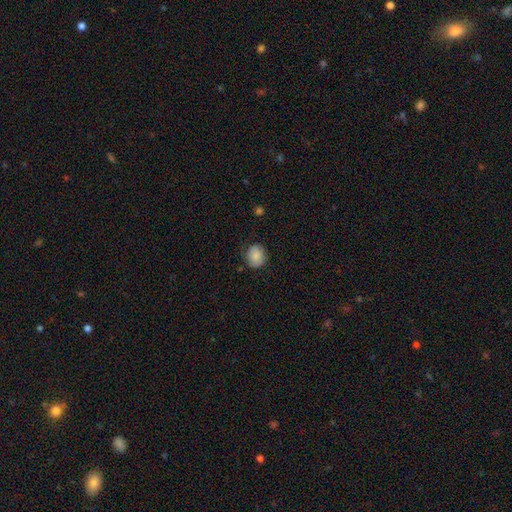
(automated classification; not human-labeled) The model was most divided on "how rounded": round: 66%, in between: 33%, cigar-shaped: 1%. More confident: smooth or featured — smooth (84%); merging — none (77%).